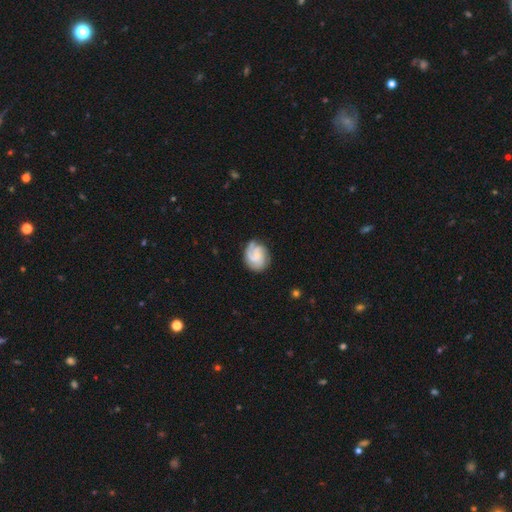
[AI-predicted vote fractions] A featured or disk galaxy (73%) with no bar (59%), 3 (36%) tight (50%) spiral arms (95%) and a small central bulge (51%). Merging: none (73%).